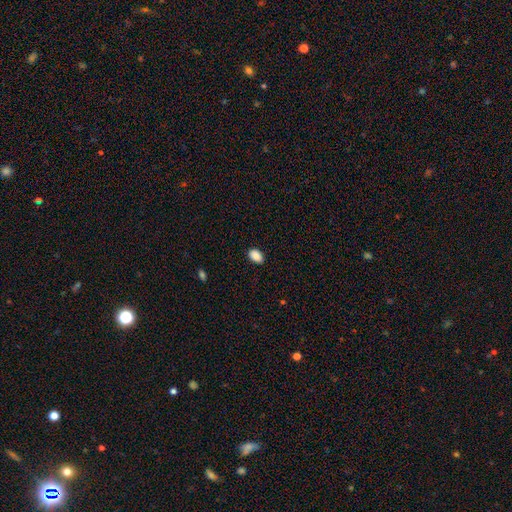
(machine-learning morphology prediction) smooth-or-featured: smooth: 89% | star or artifact: 8% | featured or disk: 3%
  how-rounded: in between: 87% | round: 12% | cigar-shaped: 1%
  merging: none: 86% | minor disturbance: 11% | major disturbance: 2% | merger: 1%